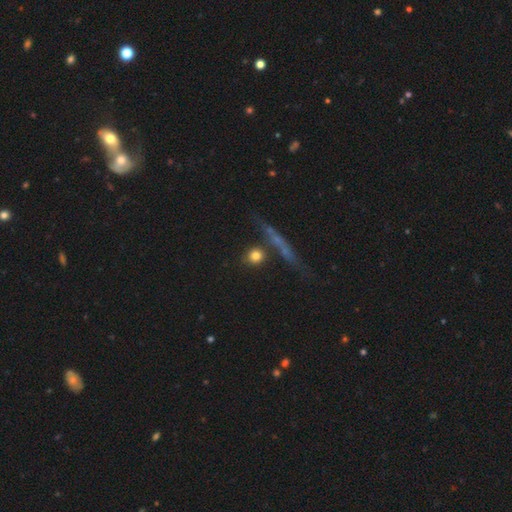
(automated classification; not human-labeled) Smooth or featured? Predicted: smooth (p=0.78). How rounded? Predicted: round (p=0.86). Merging? Predicted: none (p=0.76).